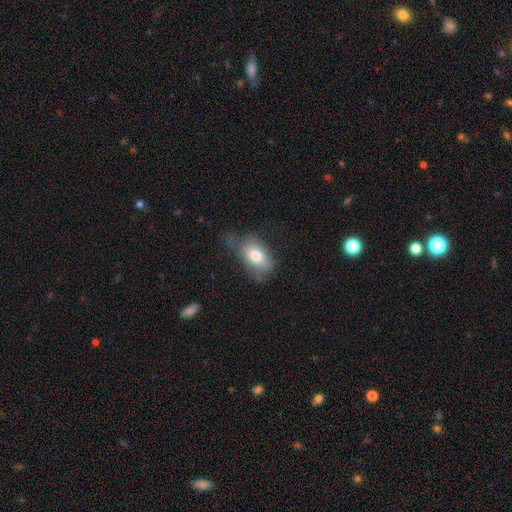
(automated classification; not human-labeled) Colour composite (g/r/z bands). It shows a smooth galaxy with no disk features (74%) that is in between round and cigar-shaped (88%). Merging: none (45%).